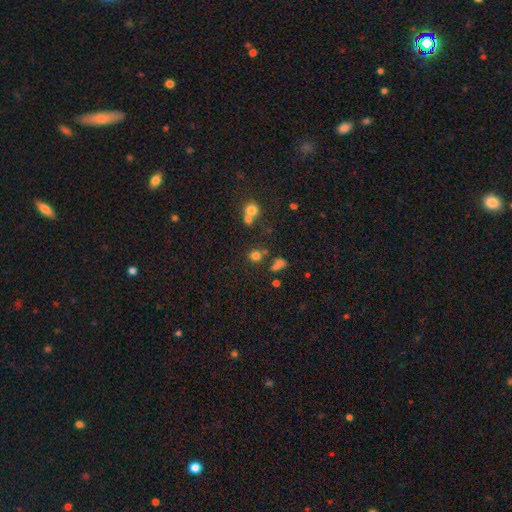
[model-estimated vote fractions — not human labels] A smooth galaxy with no disk features (73%) that is round (84%).

Vote fractions:
- Smooth or featured? smooth: 73% / star or artifact: 18% / featured or disk: 8%
- How rounded? round: 84% / in between: 15% / cigar-shaped: 1%
- Merging? none: 68% / merger: 18% / minor disturbance: 10% / major disturbance: 5%